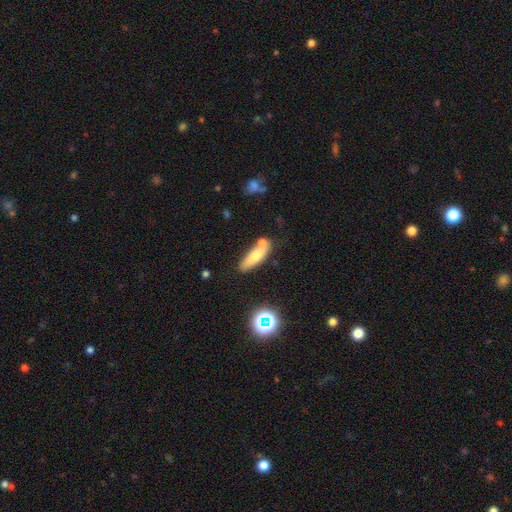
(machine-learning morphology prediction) smooth-or-featured: smooth: 66% | featured or disk: 25% | star or artifact: 10%
  how-rounded: in between: 50% | cigar-shaped: 47% | round: 4%
  merging: none: 62% | merger: 18% | minor disturbance: 16% | major disturbance: 4%